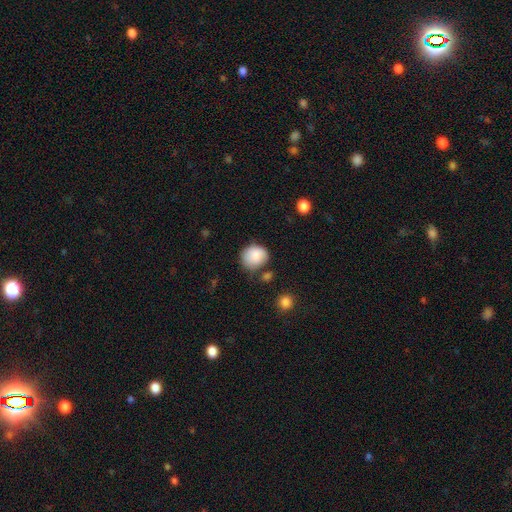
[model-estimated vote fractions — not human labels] smooth_or_featured: smooth (p=0.84) [alt: featured or disk p=0.08]
how_rounded: round (p=0.76) [alt: in between p=0.23]
merging: none (p=0.61) [alt: minor disturbance p=0.25]